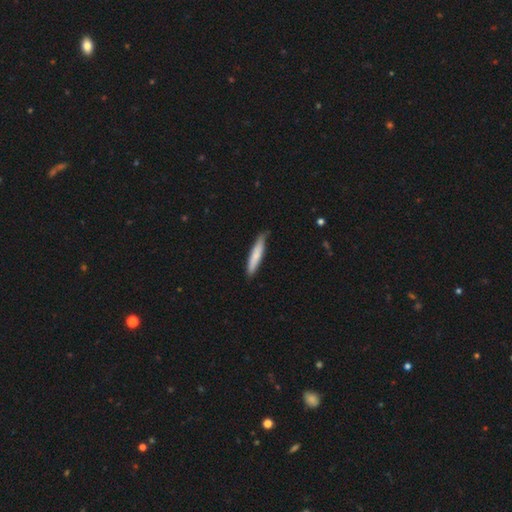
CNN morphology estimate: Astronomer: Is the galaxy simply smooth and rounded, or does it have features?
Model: smooth — 72%.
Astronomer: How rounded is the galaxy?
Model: cigar-shaped — 90%.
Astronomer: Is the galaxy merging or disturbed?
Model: none — 74%.